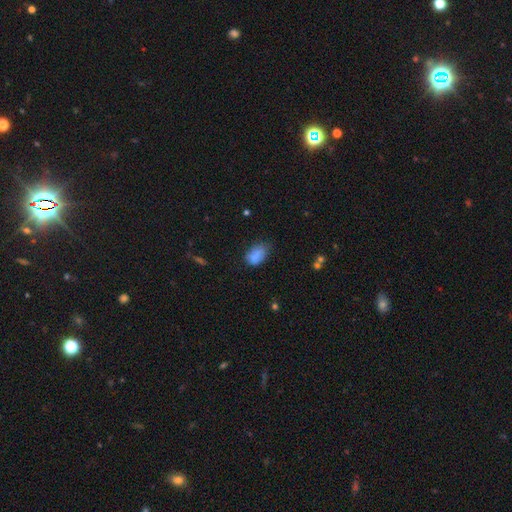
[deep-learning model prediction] This appears to be a smooth galaxy with no disk features (81%) that is in between round and cigar-shaped (86%). Merging: none (48%).